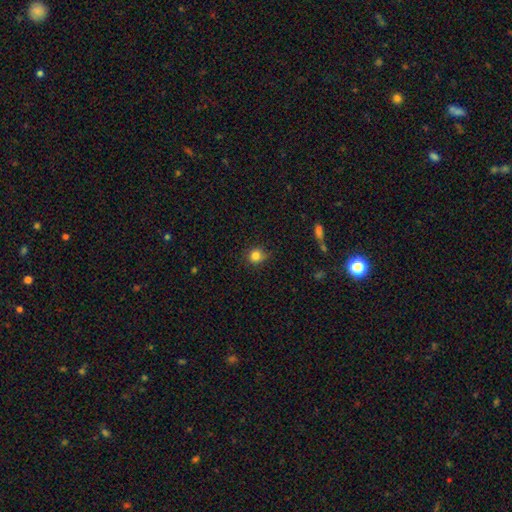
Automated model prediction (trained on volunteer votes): The model was most divided on "merging": none: 81%, minor disturbance: 14%, major disturbance: 3%, merger: 1%. More confident: how rounded — round (88%); smooth or featured — smooth (84%).